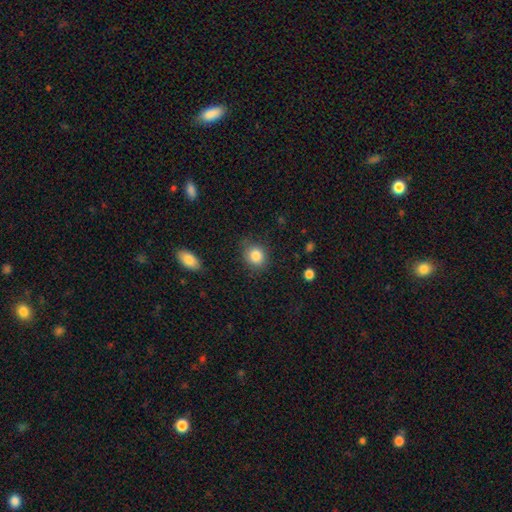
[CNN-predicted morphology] Smooth or featured? smooth (85%)
How rounded? round (72%)
Merging? none (79%)